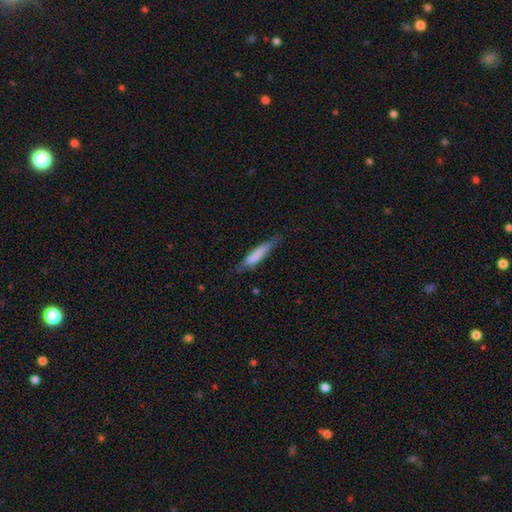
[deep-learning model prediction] Q: Smooth or featured?
A: smooth (74%); runner-up: featured or disk (20%)
Q: How rounded?
A: cigar-shaped (85%); runner-up: in between (14%)
Q: Merging?
A: none (66%); runner-up: minor disturbance (26%)